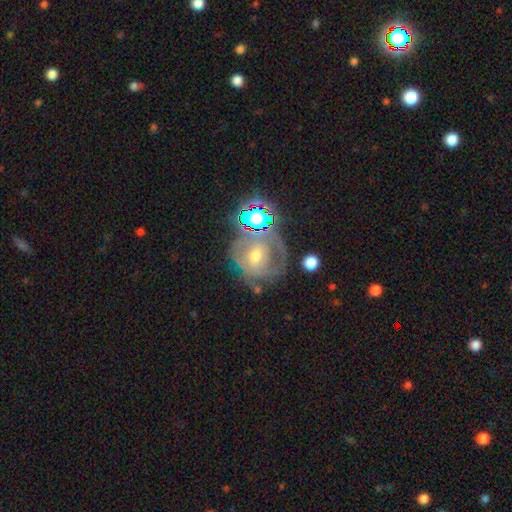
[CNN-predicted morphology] Smooth or featured? featured or disk (60%)
Edge-on disk? no (96%)
Bar? no (50%)
Spiral arms? yes (72%)
Bulge size? moderate (62%)
Merging? none (50%)